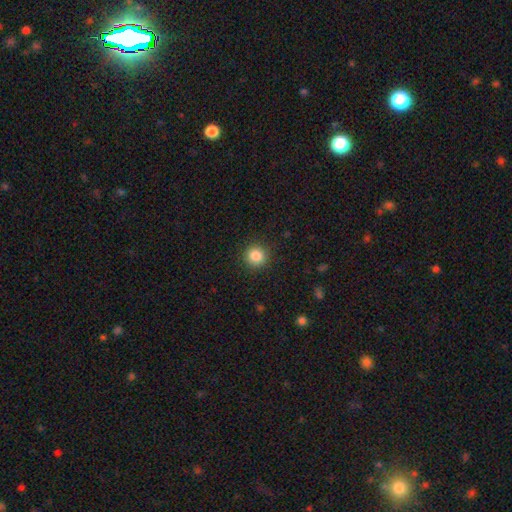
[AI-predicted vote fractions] Overall: smooth (86%). How rounded: round (92%). Merging: none (91%).